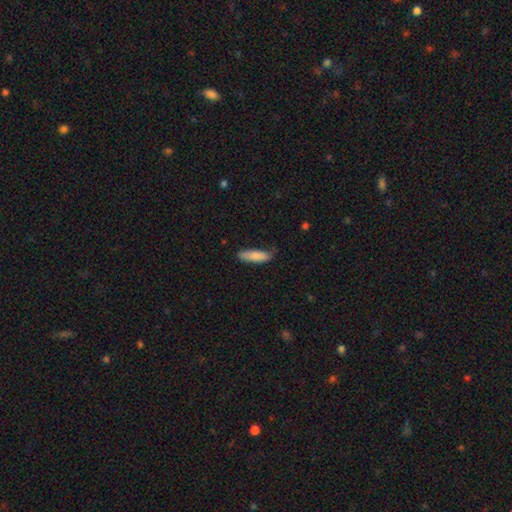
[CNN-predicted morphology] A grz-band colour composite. It shows a smooth galaxy with no disk features (83%) that is cigar-shaped (56%). Merging: none (72%).